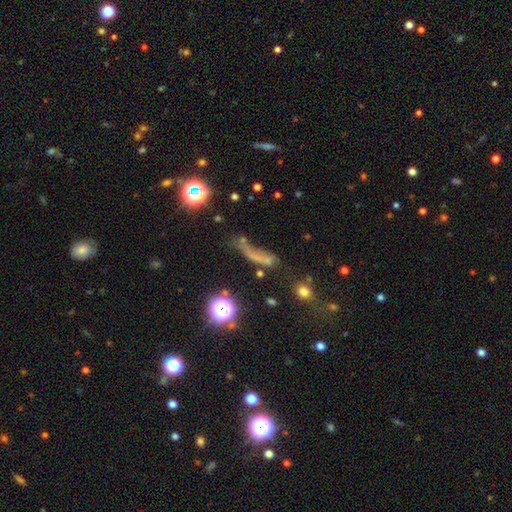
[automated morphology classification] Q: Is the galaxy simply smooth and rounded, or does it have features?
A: smooth — 46%.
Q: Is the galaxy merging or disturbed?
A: none — 34%.